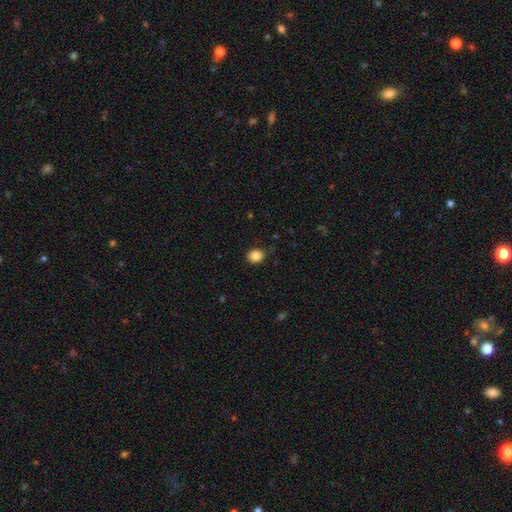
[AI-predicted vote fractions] Smooth or featured? Predicted: smooth (p=0.85). How rounded? Predicted: round (p=0.70). Merging? Predicted: none (p=0.86).